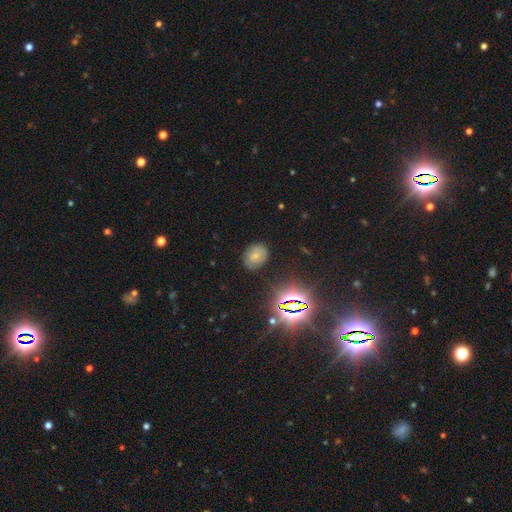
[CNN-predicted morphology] Q: Smooth or featured?
A: smooth (63%); runner-up: star or artifact (21%)
Q: How rounded?
A: in between (67%); runner-up: round (32%)
Q: Merging?
A: none (81%); runner-up: minor disturbance (14%)